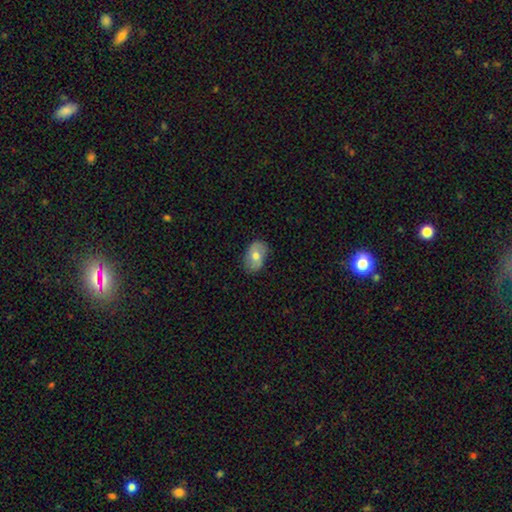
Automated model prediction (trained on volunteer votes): smooth 61%, featured or disk 33%, star or artifact 7%. Down the decision tree: how rounded — in between (85%); merging — none (79%).